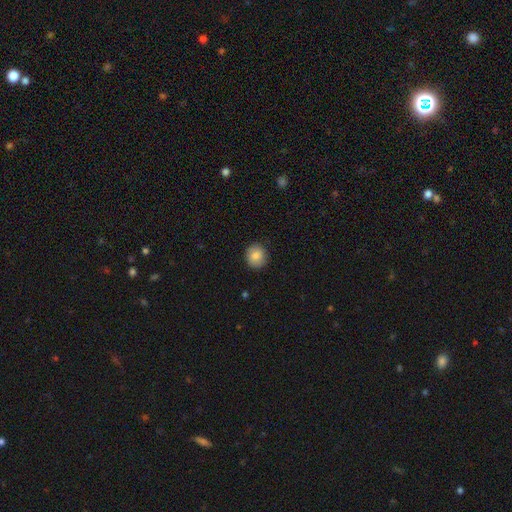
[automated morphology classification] Smooth or featured?
  - smooth: 84% *
  - star or artifact: 9%
  - featured or disk: 7%
How rounded?
  - round: 87% *
  - in between: 12%
  - cigar-shaped: 1%
Merging?
  - none: 90% *
  - minor disturbance: 7%
  - major disturbance: 2%
  - merger: 1%